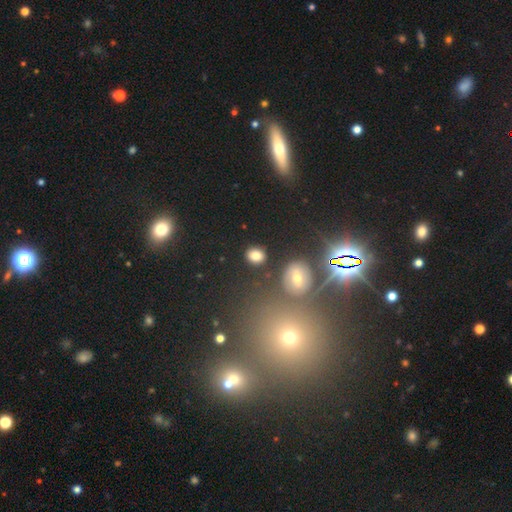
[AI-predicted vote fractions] Morphology: type=smooth (81%); roundness=round (58%); merging=none (82%).